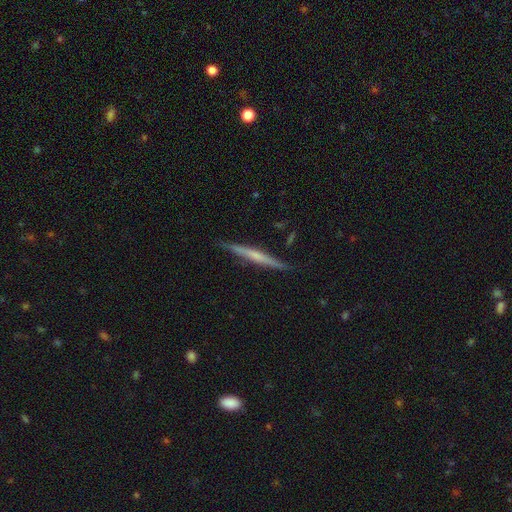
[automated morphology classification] The model was most divided on "edge-on bulge": none: 55%, rounded: 33%, boxy: 12%. More confident: edge-on disk — yes (97%); merging — none (87%); smooth or featured — featured or disk (59%).